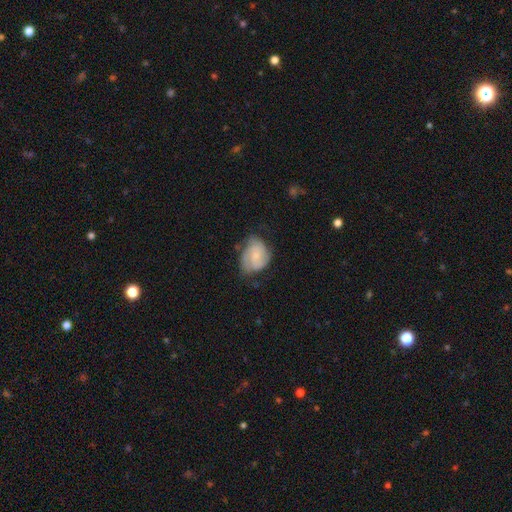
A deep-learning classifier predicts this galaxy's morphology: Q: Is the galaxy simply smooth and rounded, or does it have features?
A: featured or disk — 64%.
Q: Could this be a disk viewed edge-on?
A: no — 98%.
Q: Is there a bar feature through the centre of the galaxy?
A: no — 59%.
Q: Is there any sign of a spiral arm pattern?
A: yes — 91%.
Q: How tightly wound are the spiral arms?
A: tight — 49%.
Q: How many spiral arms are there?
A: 2 — 46%.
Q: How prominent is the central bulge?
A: small — 53%.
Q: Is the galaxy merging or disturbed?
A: none — 55%.